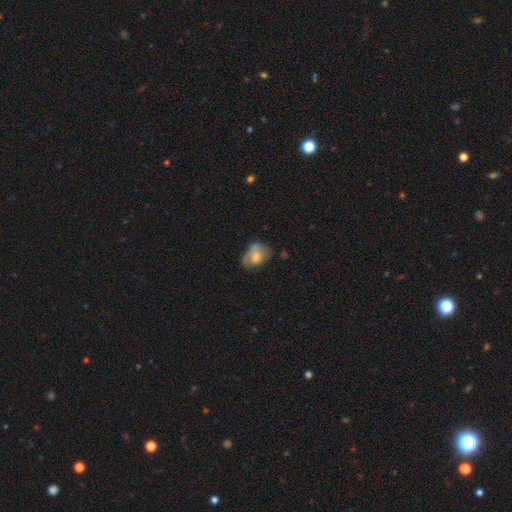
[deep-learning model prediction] The model was most divided on "merging": none: 39%, minor disturbance: 35%, major disturbance: 20%, merger: 6%. More confident: how rounded — in between (73%); smooth or featured — smooth (60%).